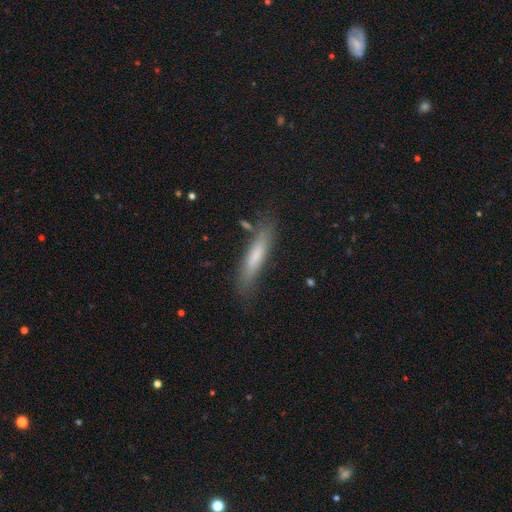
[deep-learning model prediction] This appears to be a smooth galaxy with no disk features (69%) that is cigar-shaped (85%). Merging: none (78%).